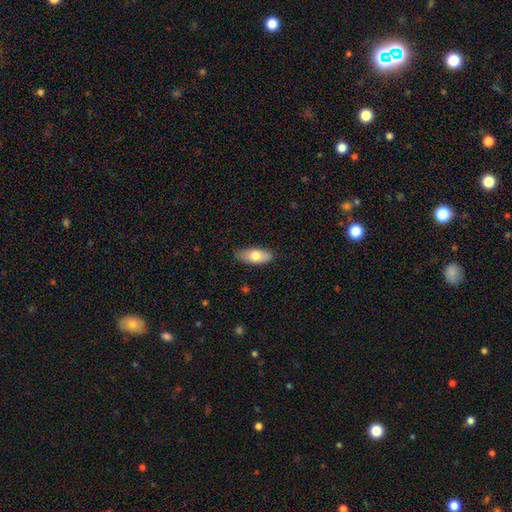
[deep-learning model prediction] Q: Smooth or featured?
A: smooth (74%); runner-up: featured or disk (20%)
Q: How rounded?
A: in between (84%); runner-up: cigar-shaped (13%)
Q: Merging?
A: none (84%); runner-up: minor disturbance (13%)